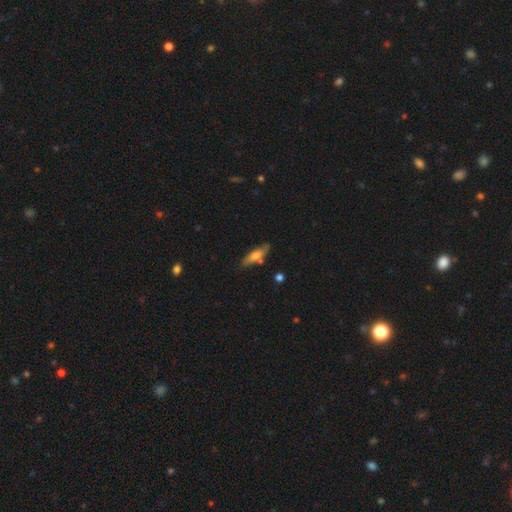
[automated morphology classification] This appears to be a smooth galaxy with no disk features (62%) that is cigar-shaped (61%). Merging: none (74%).